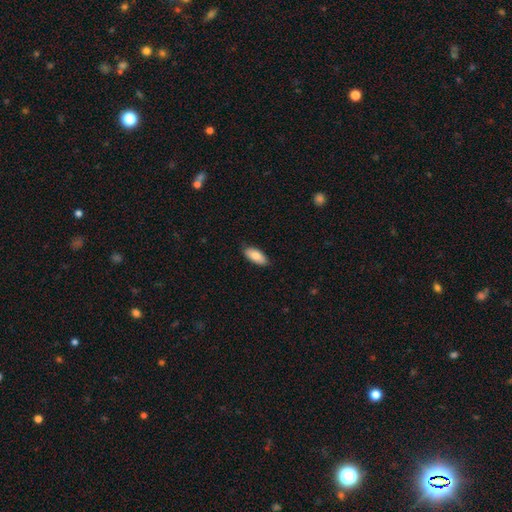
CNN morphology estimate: A smooth galaxy with no disk features (84%) that is in between round and cigar-shaped (87%).

Vote fractions:
- Smooth or featured? smooth: 84% / featured or disk: 10% / star or artifact: 6%
- How rounded? in between: 87% / cigar-shaped: 11% / round: 2%
- Merging? none: 85% / minor disturbance: 12% / major disturbance: 2% / merger: 1%